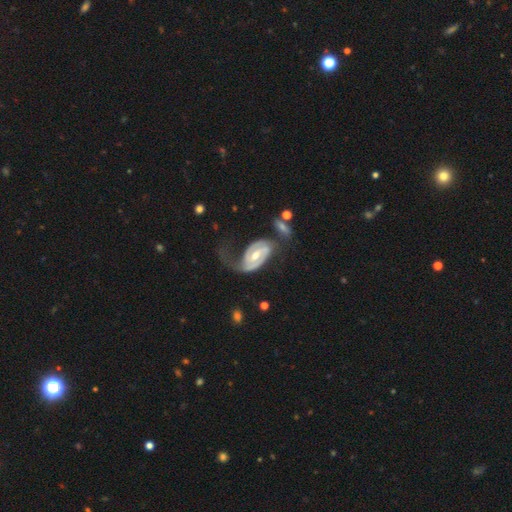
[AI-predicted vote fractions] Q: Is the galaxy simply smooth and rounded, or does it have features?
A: featured or disk — 88%.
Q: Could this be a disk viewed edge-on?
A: no — 97%.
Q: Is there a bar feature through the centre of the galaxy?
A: weak — 48%.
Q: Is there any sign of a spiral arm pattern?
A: yes — 95%.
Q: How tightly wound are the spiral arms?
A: medium — 42%.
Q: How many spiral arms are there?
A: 2 — 79%.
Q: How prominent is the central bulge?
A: moderate — 62%.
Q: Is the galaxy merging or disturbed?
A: none — 38%.